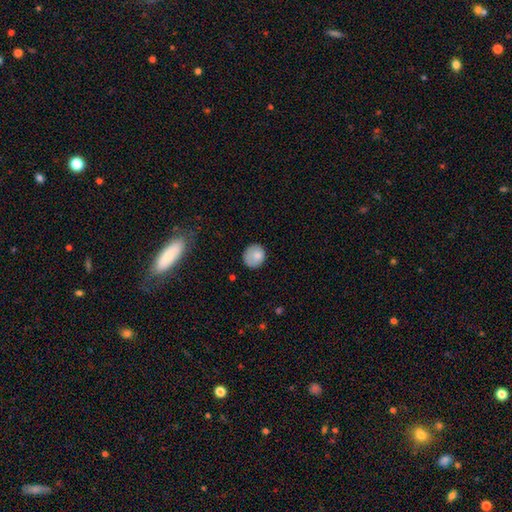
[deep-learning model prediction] smooth-or-featured: smooth: 81% | featured or disk: 11% | star or artifact: 9%
  how-rounded: round: 81% | in between: 18% | cigar-shaped: 1%
  merging: none: 74% | minor disturbance: 19% | major disturbance: 5% | merger: 2%